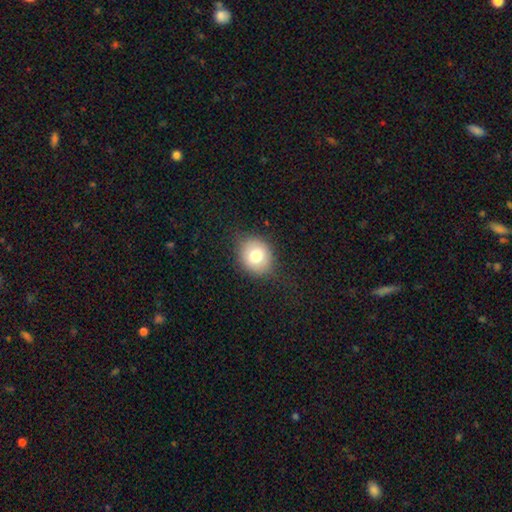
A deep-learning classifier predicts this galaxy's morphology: A smooth galaxy with no disk features (76%) that is round (66%).

Vote fractions:
- Smooth or featured? smooth: 76% / featured or disk: 15% / star or artifact: 10%
- How rounded? round: 66% / in between: 33% / cigar-shaped: 1%
- Merging? none: 78% / minor disturbance: 16% / major disturbance: 5% / merger: 1%